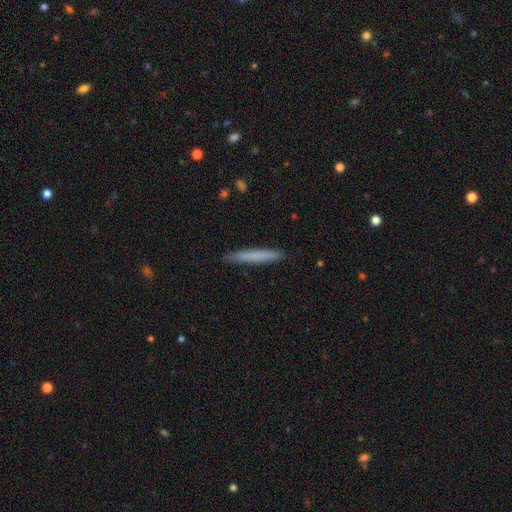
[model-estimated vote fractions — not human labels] A smooth galaxy with no disk features (74%) that is cigar-shaped (96%).

Vote fractions:
- Smooth or featured? smooth: 74% / featured or disk: 20% / star or artifact: 6%
- How rounded? cigar-shaped: 96% / in between: 3% / round: 1%
- Merging? none: 89% / minor disturbance: 9% / major disturbance: 2% / merger: 1%